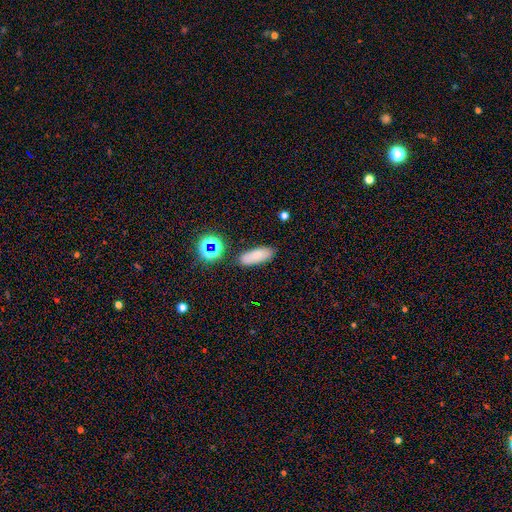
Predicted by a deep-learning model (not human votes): Smooth or featured? smooth (75%)
How rounded? in between (71%)
Merging? none (81%)